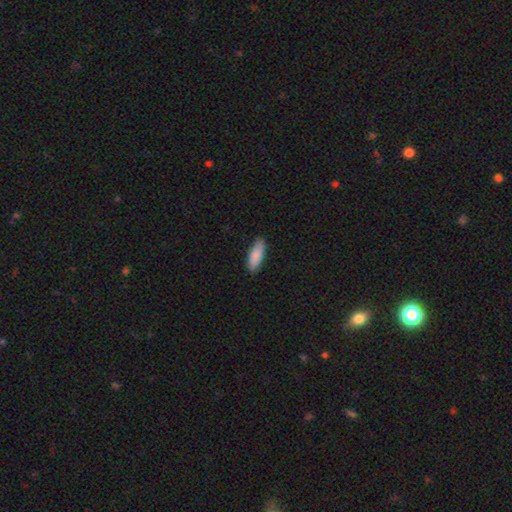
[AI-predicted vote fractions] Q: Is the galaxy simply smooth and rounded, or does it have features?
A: smooth — 89%.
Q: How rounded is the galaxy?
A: in between — 62%.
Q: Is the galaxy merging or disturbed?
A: none — 88%.